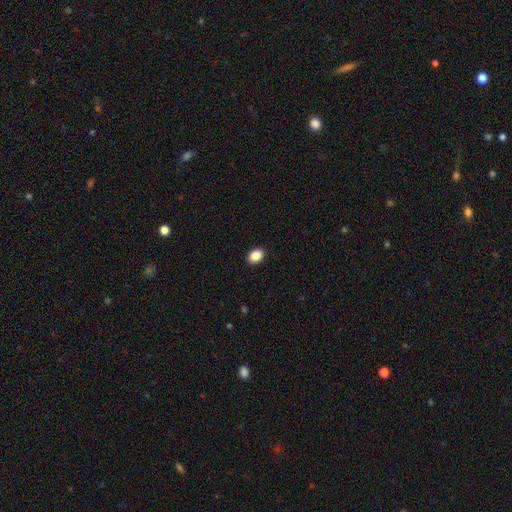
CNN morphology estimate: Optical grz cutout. It shows a smooth galaxy with no disk features (88%) that is in between round and cigar-shaped (73%). Merging: none (91%).